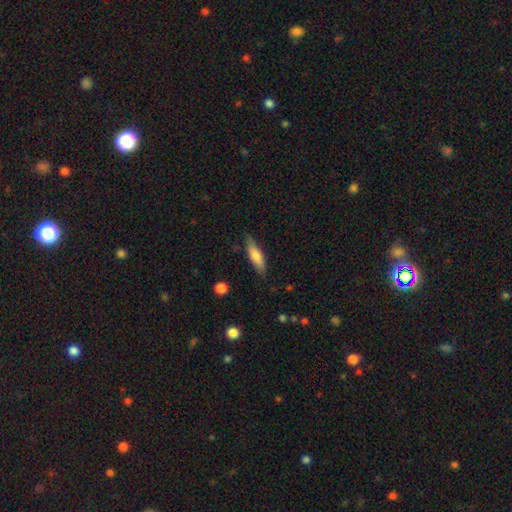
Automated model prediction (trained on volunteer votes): Smooth or featured? Predicted: smooth (p=0.71). How rounded? Predicted: cigar-shaped (p=0.61). Merging? Predicted: none (p=0.81).